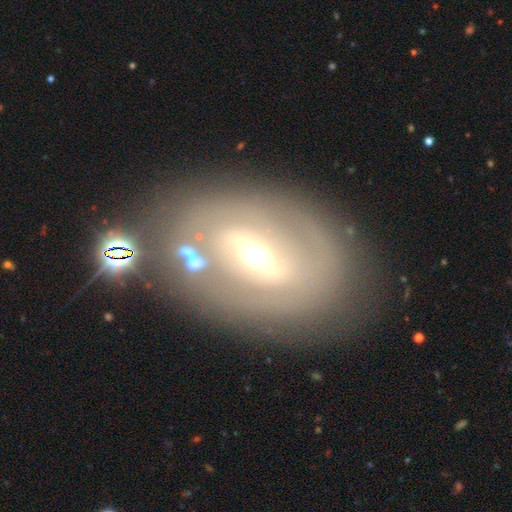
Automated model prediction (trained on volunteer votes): Smooth or featured? featured or disk (76%)
Edge-on disk? no (93%)
Bar? weak (43%)
Spiral arms? yes (65%)
Bulge size? moderate (51%)
Merging? none (75%)